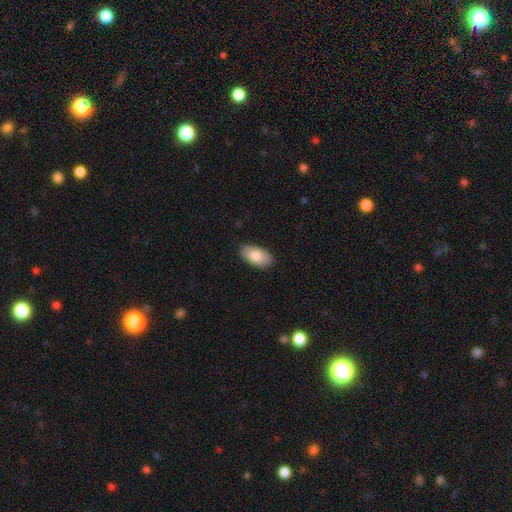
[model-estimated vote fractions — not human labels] A smooth galaxy with no disk features (81%) that is in between round and cigar-shaped (95%).

Vote fractions:
- Smooth or featured? smooth: 81% / featured or disk: 13% / star or artifact: 6%
- How rounded? in between: 95% / round: 4% / cigar-shaped: 2%
- Merging? none: 87% / minor disturbance: 10% / major disturbance: 2% / merger: 1%